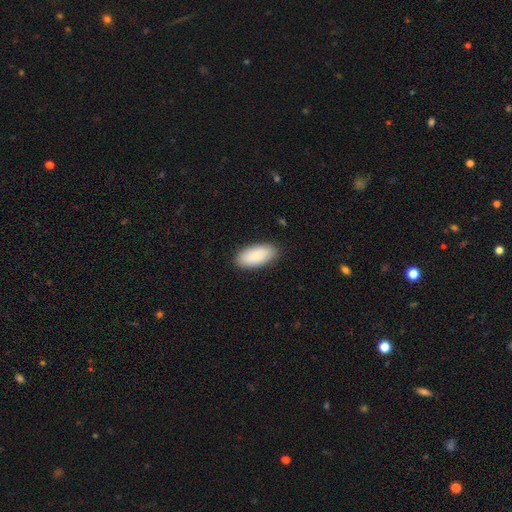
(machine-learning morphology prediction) Smooth or featured? Predicted: smooth (p=0.88). How rounded? Predicted: in between (p=0.91). Merging? Predicted: none (p=0.88).